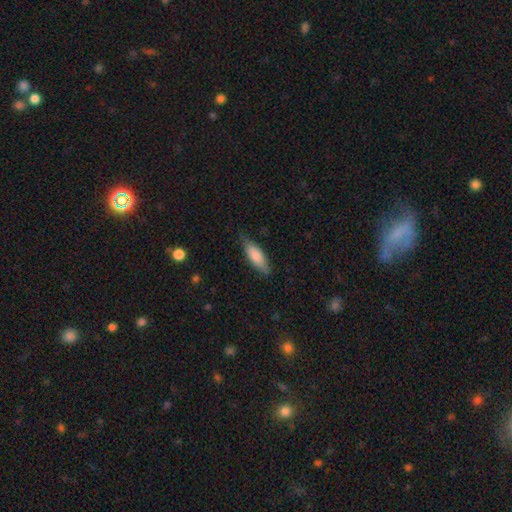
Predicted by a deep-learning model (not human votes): This is likely a smooth galaxy (80%). How rounded: likely in between (65%). Merging: likely none (74%).